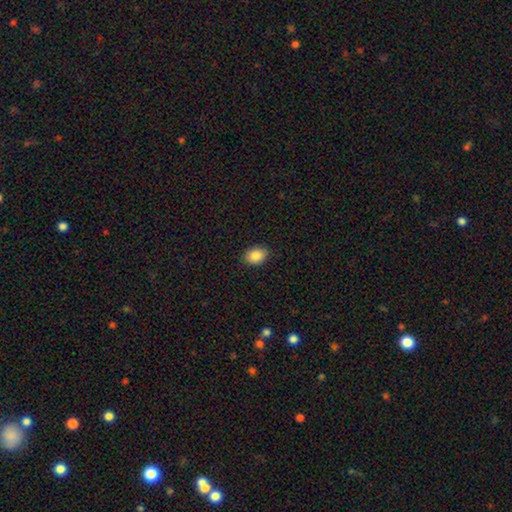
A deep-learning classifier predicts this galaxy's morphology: Smooth or featured? smooth (87%)
How rounded? in between (70%)
Merging? none (88%)